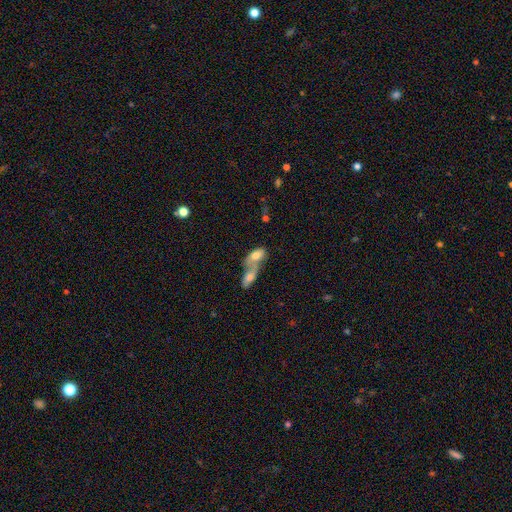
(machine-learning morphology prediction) The model was most divided on "smooth or featured": smooth: 72%, featured or disk: 21%, star or artifact: 8%. More confident: how rounded — in between (85%); merging — merger (77%).